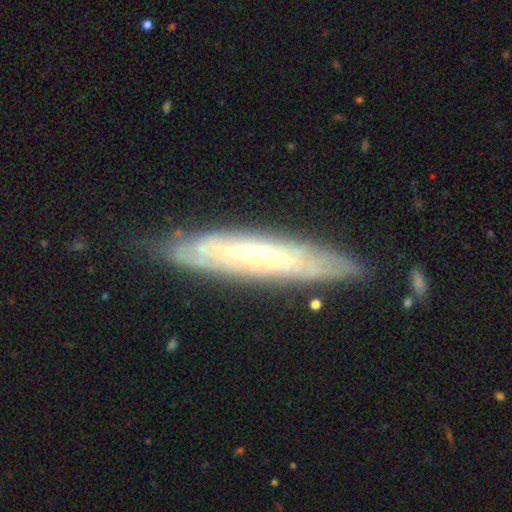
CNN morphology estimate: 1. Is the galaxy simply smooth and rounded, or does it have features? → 73% featured or disk, 21% smooth, 6% star or artifact.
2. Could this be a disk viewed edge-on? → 51% no, 49% yes.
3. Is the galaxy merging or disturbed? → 78% none, 16% minor disturbance, 4% major disturbance, 2% merger.